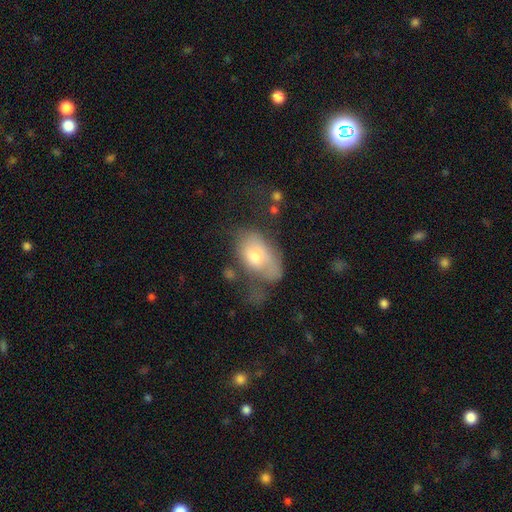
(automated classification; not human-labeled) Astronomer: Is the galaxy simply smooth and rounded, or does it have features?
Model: smooth — 64%.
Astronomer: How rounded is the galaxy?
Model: in between — 87%.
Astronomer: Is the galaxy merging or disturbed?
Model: major disturbance — 35% (runner-up: none, 29%).